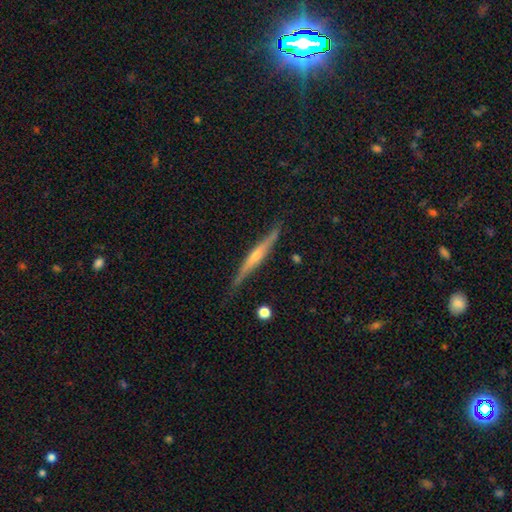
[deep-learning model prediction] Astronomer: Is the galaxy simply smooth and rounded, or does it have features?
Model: featured or disk — 67%.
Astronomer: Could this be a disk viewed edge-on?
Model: yes — 96%.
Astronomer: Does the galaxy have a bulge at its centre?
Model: rounded — 60%.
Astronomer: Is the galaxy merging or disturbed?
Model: none — 79%.